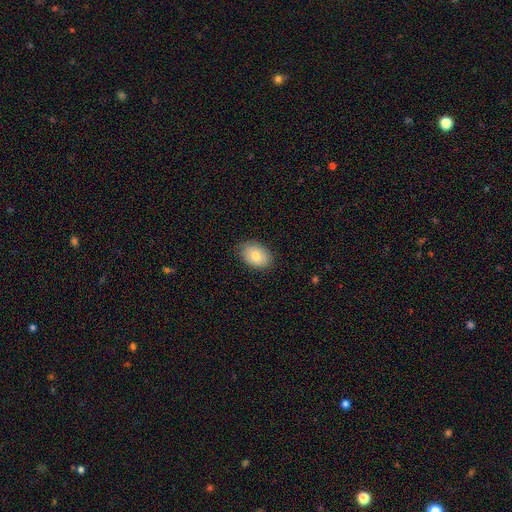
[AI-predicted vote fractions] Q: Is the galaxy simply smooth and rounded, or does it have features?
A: smooth — 80%.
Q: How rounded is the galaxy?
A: in between — 81%.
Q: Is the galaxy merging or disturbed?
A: none — 84%.